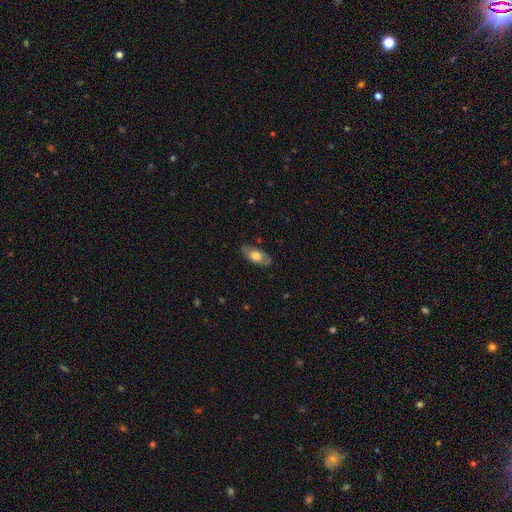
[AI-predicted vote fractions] smooth 60%, featured or disk 34%, star or artifact 6%. Down the decision tree: how rounded — in between (87%); merging — none (79%).